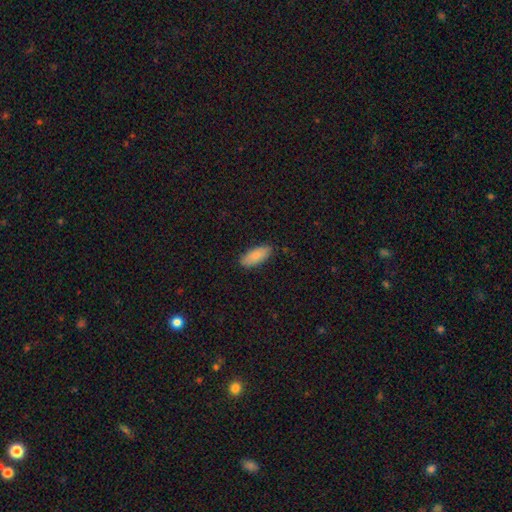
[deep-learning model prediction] The model was most divided on "how rounded": in between: 84%, cigar-shaped: 15%, round: 2%. More confident: smooth or featured — smooth (86%); merging — none (85%).